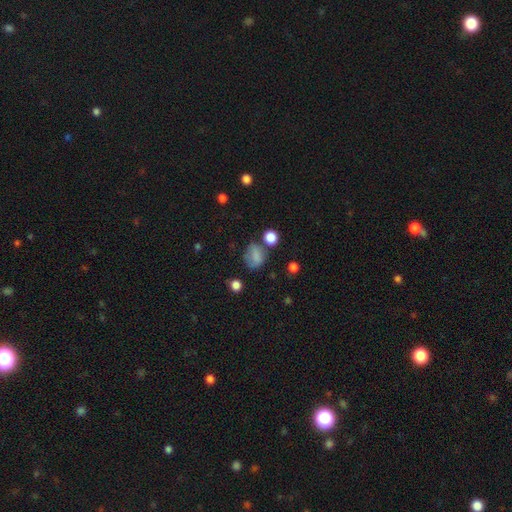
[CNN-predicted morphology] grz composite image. It shows a smooth galaxy with no disk features (74%) that is round (51%). Merging: none (54%).